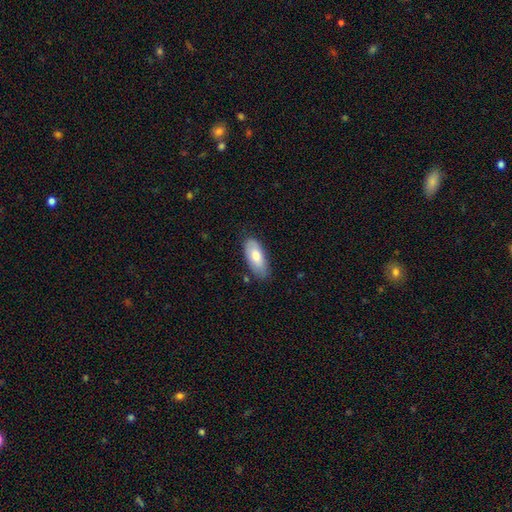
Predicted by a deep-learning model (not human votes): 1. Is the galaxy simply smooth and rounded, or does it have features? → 76% smooth, 18% featured or disk, 6% star or artifact.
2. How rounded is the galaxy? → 86% in between, 12% cigar-shaped, 2% round.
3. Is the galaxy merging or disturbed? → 79% none, 17% minor disturbance, 3% major disturbance, 2% merger.